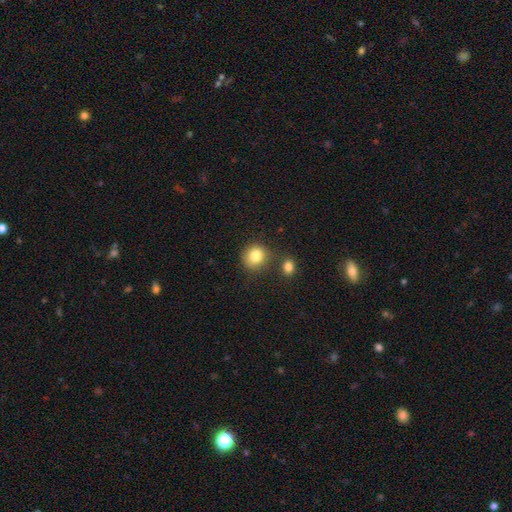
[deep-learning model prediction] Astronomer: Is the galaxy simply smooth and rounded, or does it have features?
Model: smooth — 83%.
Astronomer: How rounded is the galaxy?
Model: round — 84%.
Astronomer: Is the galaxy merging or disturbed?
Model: none — 73%.